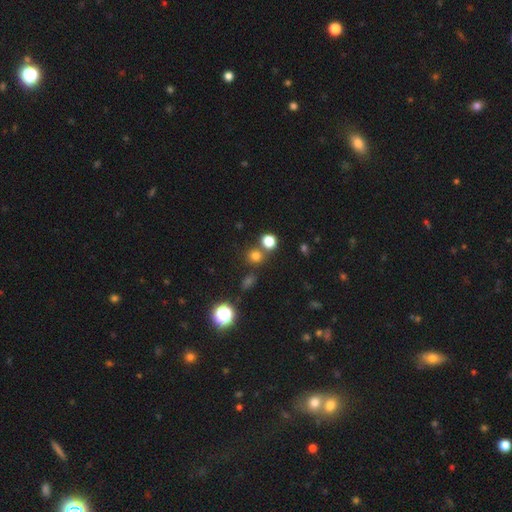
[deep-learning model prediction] This appears to be a smooth galaxy with no disk features (71%) that is round (86%). Merging: none (72%).